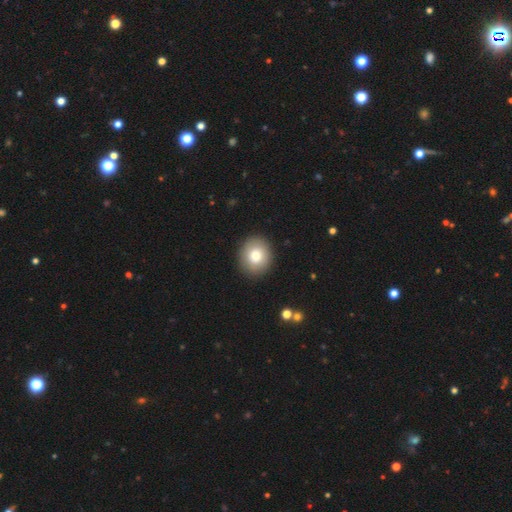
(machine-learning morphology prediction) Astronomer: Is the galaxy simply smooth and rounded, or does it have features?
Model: smooth — 78%.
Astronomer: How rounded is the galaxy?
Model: round — 76%.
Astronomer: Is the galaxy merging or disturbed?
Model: none — 90%.